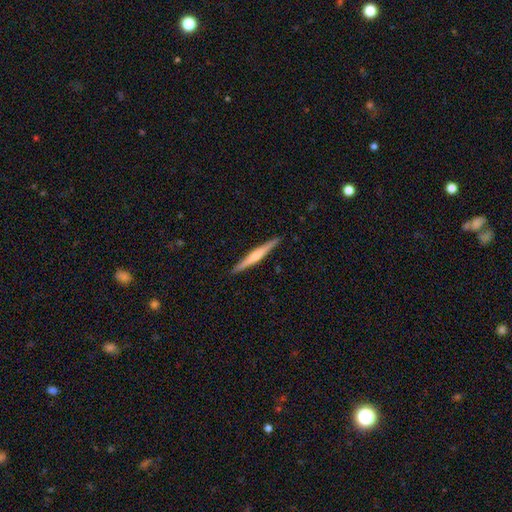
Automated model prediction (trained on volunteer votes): smooth_or_featured: featured or disk (p=0.59) [alt: smooth p=0.36]
disk_edge_on: yes (p=0.98) [alt: no p=0.02]
edge_on_bulge: rounded (p=0.59) [alt: none p=0.23]
merging: none (p=0.91) [alt: minor disturbance p=0.06]